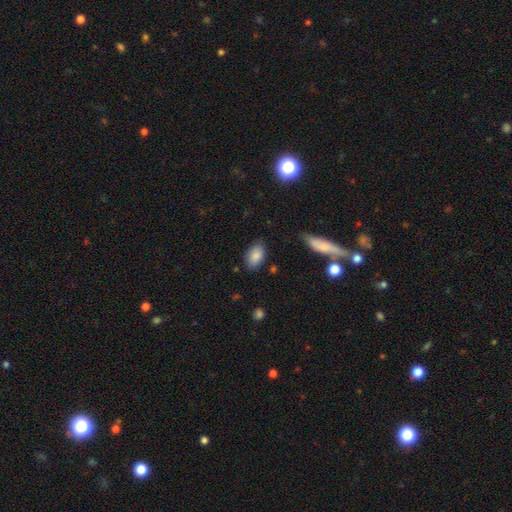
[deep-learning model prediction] Smooth or featured: smooth — 86% (featured or disk — 7%)
How rounded: in between — 92% (round — 6%)
Merging: none — 80% (minor disturbance — 15%)